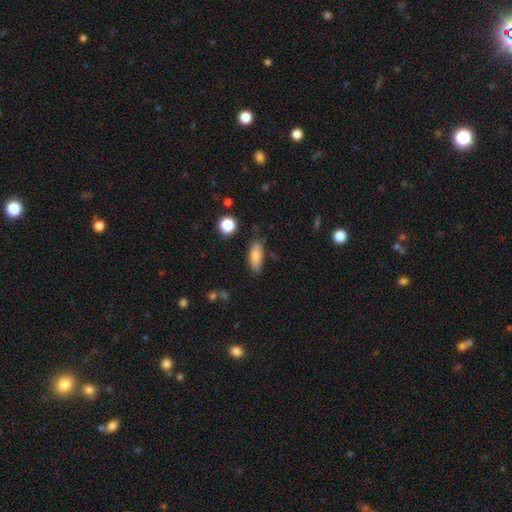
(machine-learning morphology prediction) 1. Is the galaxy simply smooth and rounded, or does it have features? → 82% smooth, 10% featured or disk, 8% star or artifact.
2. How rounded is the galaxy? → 76% in between, 21% cigar-shaped, 3% round.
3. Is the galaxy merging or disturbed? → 79% none, 15% minor disturbance, 3% major disturbance, 3% merger.